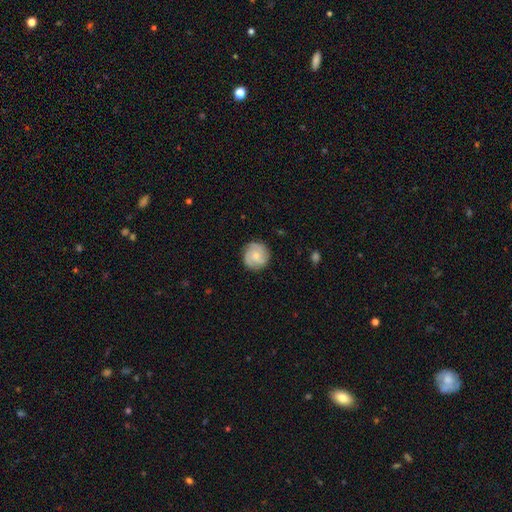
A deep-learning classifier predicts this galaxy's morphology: The model was most divided on "bulge size": small: 52%, moderate: 39%, none: 6%, large: 3%, dominant: 1%. More confident: edge-on disk — no (98%); spiral arms — yes (91%); merging — none (84%); bar — no (74%); smooth or featured — featured or disk (55%).